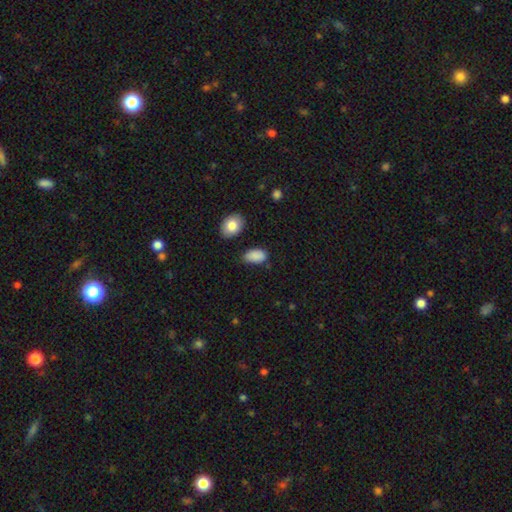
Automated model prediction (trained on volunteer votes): Q: Smooth or featured?
A: smooth (88%); runner-up: star or artifact (8%)
Q: How rounded?
A: in between (93%); runner-up: round (5%)
Q: Merging?
A: none (69%); runner-up: minor disturbance (23%)